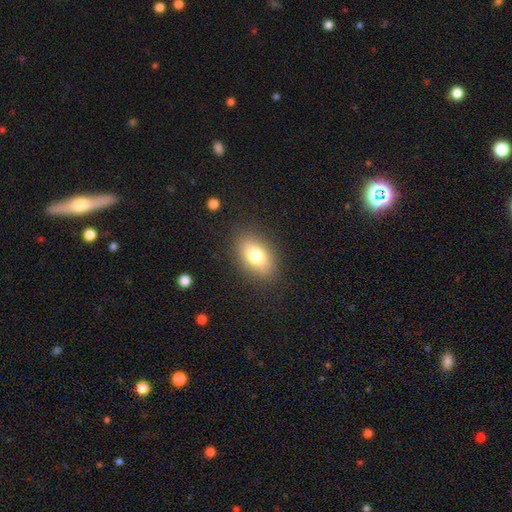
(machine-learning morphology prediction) Overall: smooth (78%). How rounded: in between (87%). Merging: none (85%).